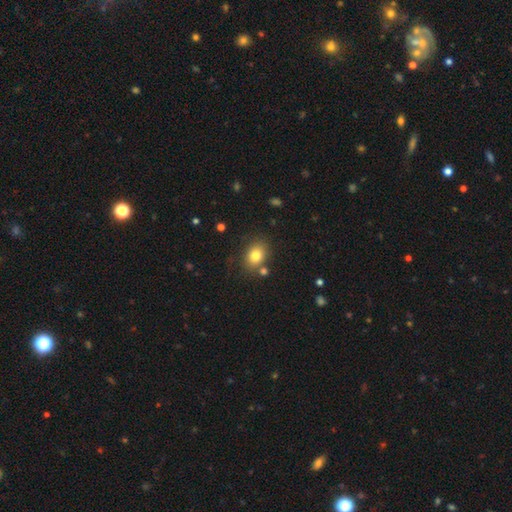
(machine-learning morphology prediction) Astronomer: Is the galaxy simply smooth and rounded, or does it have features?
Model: smooth — 79%.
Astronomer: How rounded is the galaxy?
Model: in between — 62%.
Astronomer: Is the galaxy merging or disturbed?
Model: none — 75%.